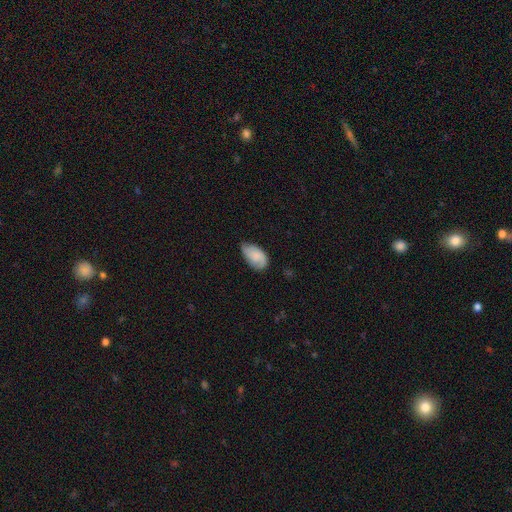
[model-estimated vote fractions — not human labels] A smooth galaxy with no disk features (73%) that is in between round and cigar-shaped (94%). Merging: none (57%).